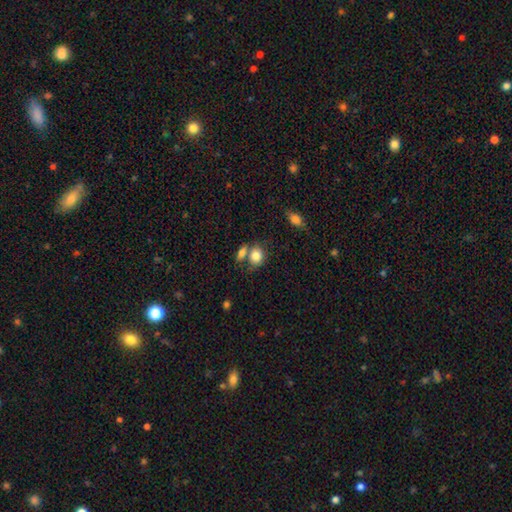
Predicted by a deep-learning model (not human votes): This is clearly a smooth galaxy (83%). How rounded: possibly round (50%). Merging: possibly none (48%).